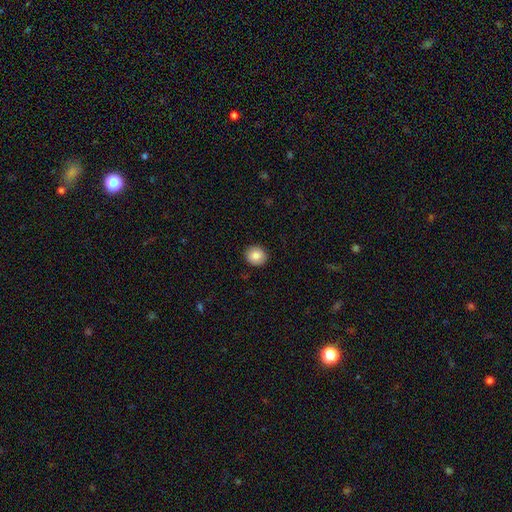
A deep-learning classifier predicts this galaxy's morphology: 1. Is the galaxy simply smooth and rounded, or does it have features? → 86% smooth, 8% star or artifact, 6% featured or disk.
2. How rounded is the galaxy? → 84% round, 15% in between, 1% cigar-shaped.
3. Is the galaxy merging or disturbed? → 91% none, 6% minor disturbance, 2% major disturbance, 1% merger.